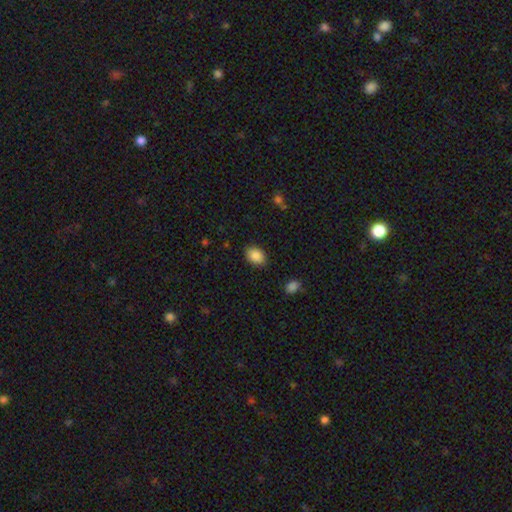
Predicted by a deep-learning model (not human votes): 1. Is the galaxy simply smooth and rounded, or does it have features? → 88% smooth, 8% star or artifact, 4% featured or disk.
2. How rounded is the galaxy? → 74% in between, 25% round, 1% cigar-shaped.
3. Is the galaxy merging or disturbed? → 86% none, 10% minor disturbance, 3% major disturbance, 1% merger.